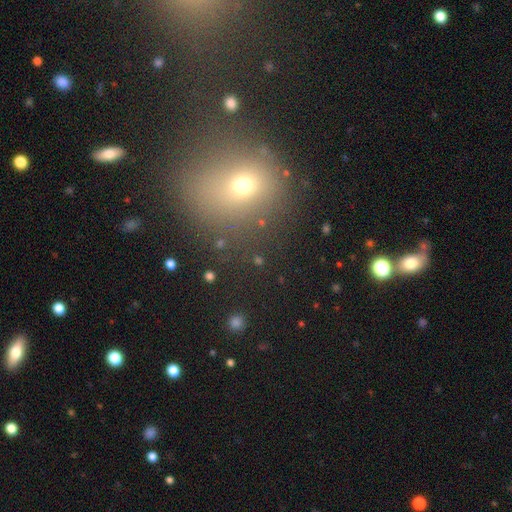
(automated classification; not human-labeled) Overall: smooth (56%; star or artifact 34%). How rounded: round (80%). Merging: none (74%).